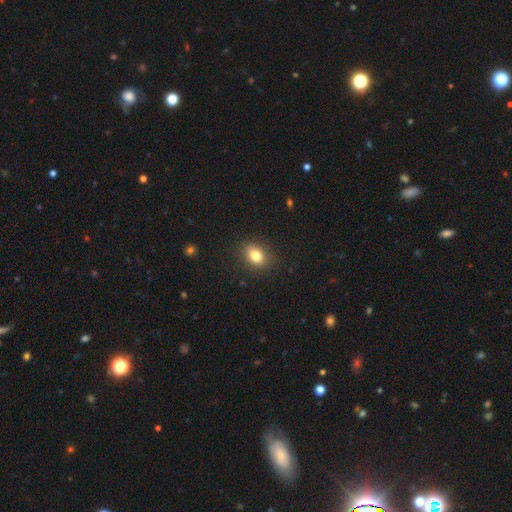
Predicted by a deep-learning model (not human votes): The model was most divided on "how rounded": in between: 62%, round: 36%, cigar-shaped: 1%. More confident: merging — none (86%); smooth or featured — smooth (81%).